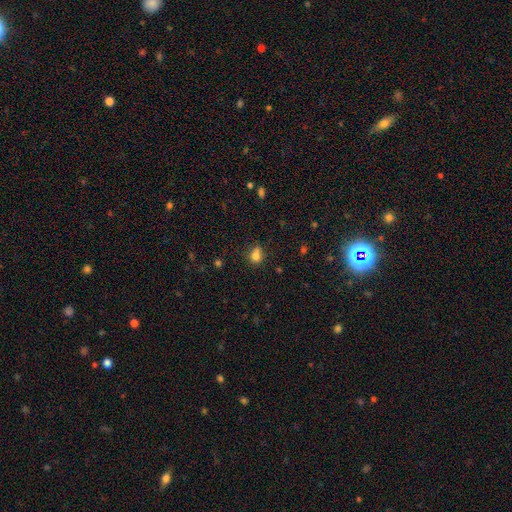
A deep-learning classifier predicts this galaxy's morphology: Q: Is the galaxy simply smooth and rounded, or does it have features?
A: smooth — 79%.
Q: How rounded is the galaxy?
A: round — 63%.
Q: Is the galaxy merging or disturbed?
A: none — 56%.